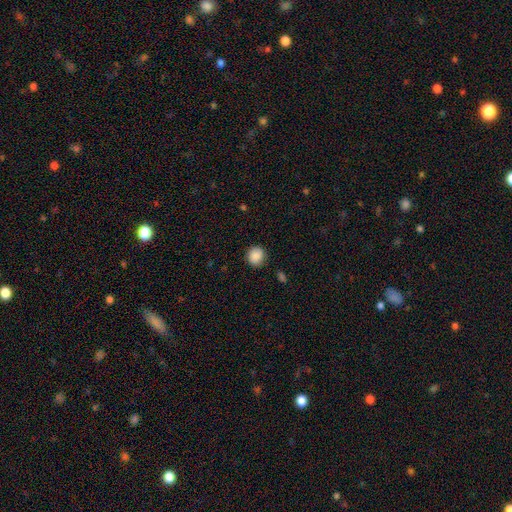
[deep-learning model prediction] Overall: smooth (88%). How rounded: round (87%). Merging: none (86%).